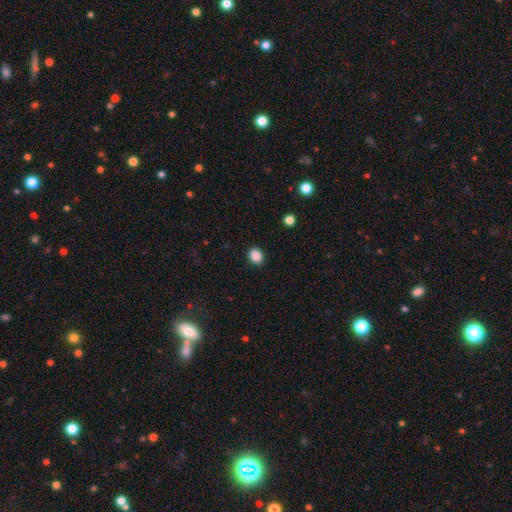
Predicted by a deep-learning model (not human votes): A smooth galaxy with no disk features (88%) that is round (58%). Merging: none (90%).